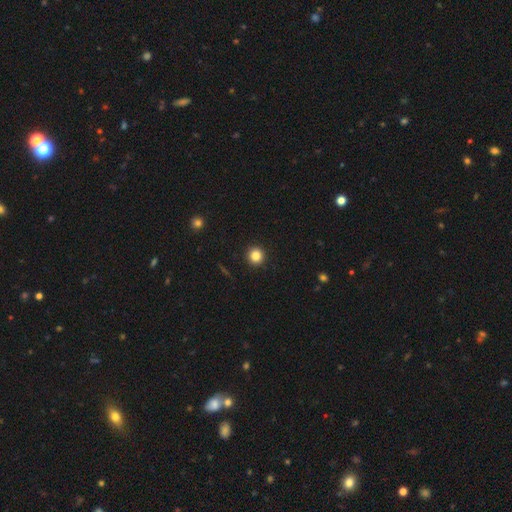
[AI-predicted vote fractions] Overall: smooth (84%). How rounded: round (95%). Merging: none (93%).